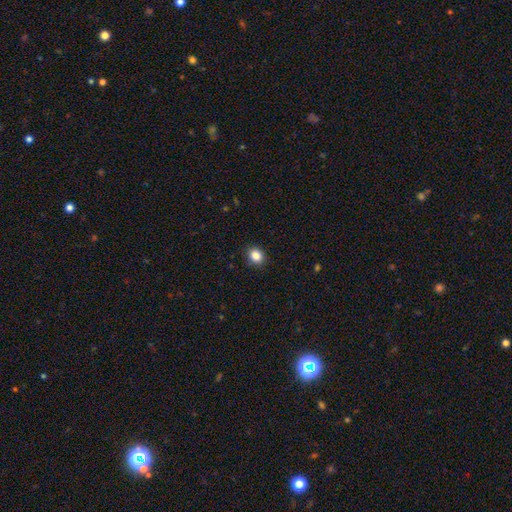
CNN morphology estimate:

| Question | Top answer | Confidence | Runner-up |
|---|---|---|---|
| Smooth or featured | smooth | 86% | star or artifact (10%) |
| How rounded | round | 65% | in between (34%) |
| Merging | none | 89% | minor disturbance (8%) |